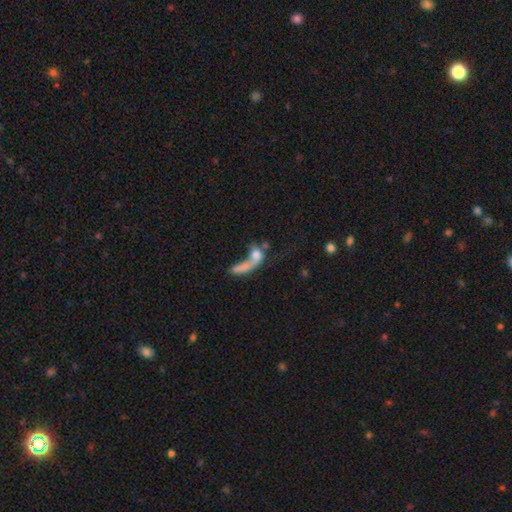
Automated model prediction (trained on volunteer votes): Morphology: type=smooth (58%); roundness=in between (48%); merging=merger (42%).